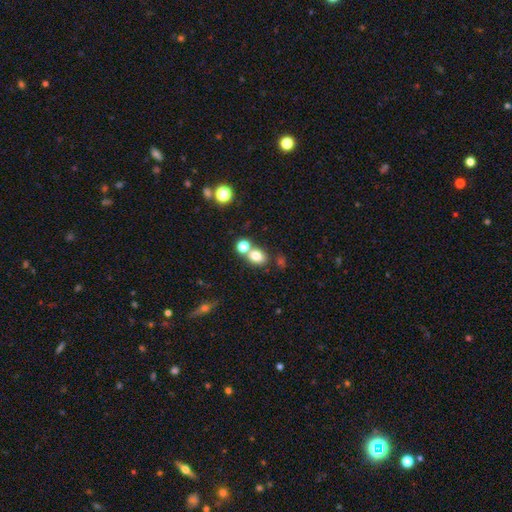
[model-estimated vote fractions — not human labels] smooth_or_featured: smooth (p=0.78) [alt: star or artifact p=0.12]
how_rounded: in between (p=0.54) [alt: round p=0.45]
merging: none (p=0.54) [alt: merger p=0.33]